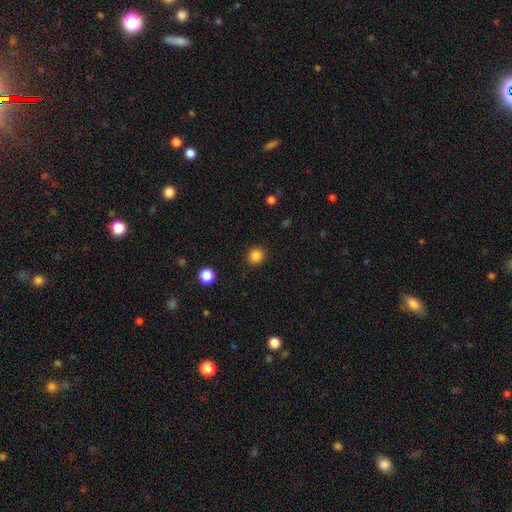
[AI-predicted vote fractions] Smooth or featured? smooth (85%)
How rounded? round (89%)
Merging? none (91%)